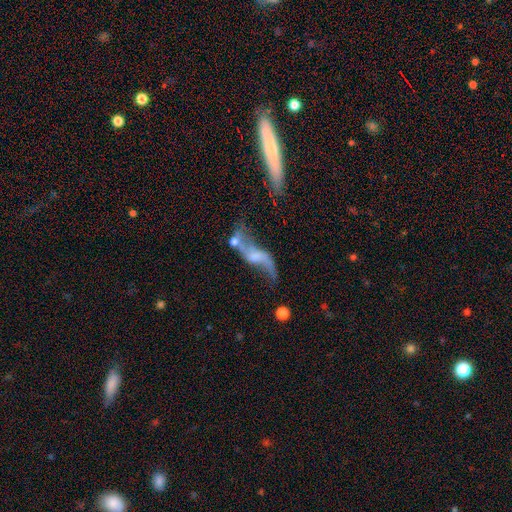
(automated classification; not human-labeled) The model was most divided on "bulge size": none: 38%, small: 33%, moderate: 23%, large: 5%, dominant: 2%. Remaining: edge-on disk — no (91%); spiral winding — loose (91%); spiral arm count — 2 (90%); spiral arms — yes (88%); smooth or featured — featured or disk (81%); bar — no (46%); merging — none (41%).